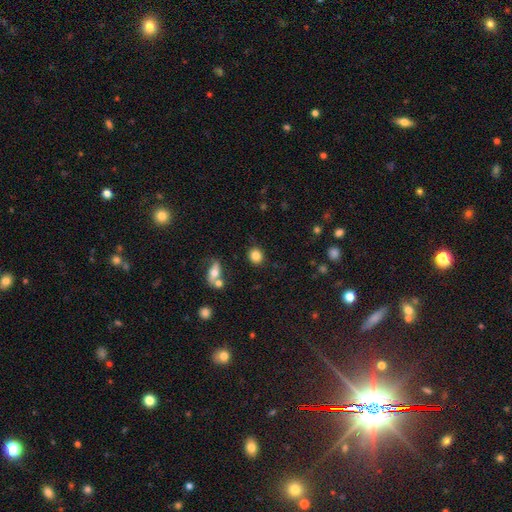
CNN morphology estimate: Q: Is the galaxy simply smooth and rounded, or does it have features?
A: smooth — 84%.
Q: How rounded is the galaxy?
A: round — 78%.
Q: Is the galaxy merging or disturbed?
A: none — 86%.